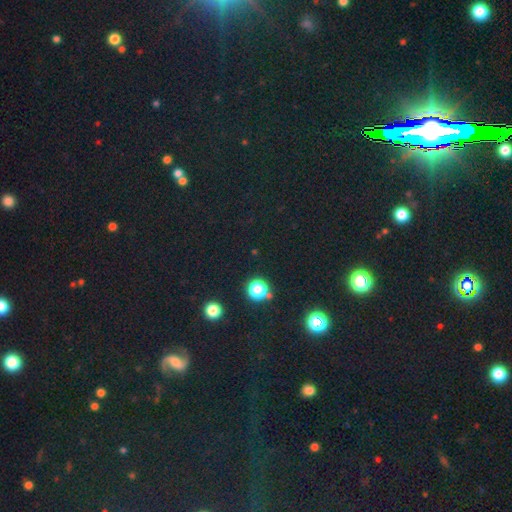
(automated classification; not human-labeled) Smooth or featured? star or artifact (72%)